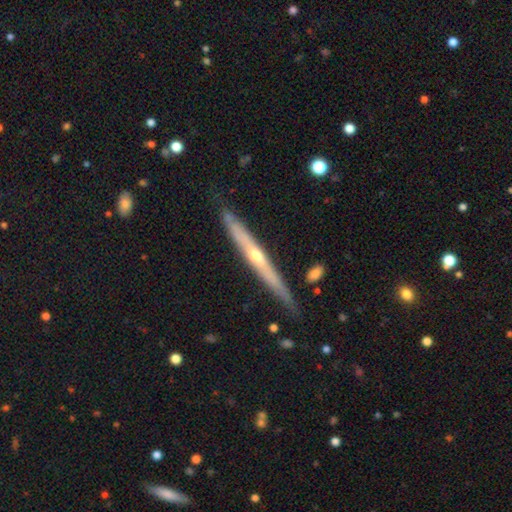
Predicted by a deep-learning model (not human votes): A featured or disk galaxy (69%) viewed edge-on (95%) with a rounded central bulge (69%). Merging: none (81%).